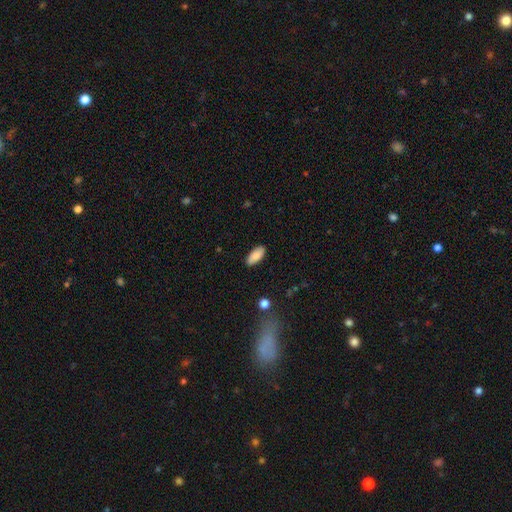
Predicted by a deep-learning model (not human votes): smooth 85%, featured or disk 8%, star or artifact 7%. Down the decision tree: how rounded — in between (86%); merging — none (87%).